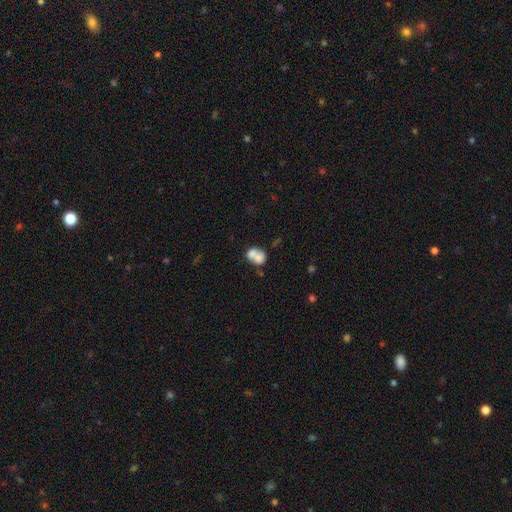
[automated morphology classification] type=smooth (69%); roundness=round (50%); merging=merger (69%).